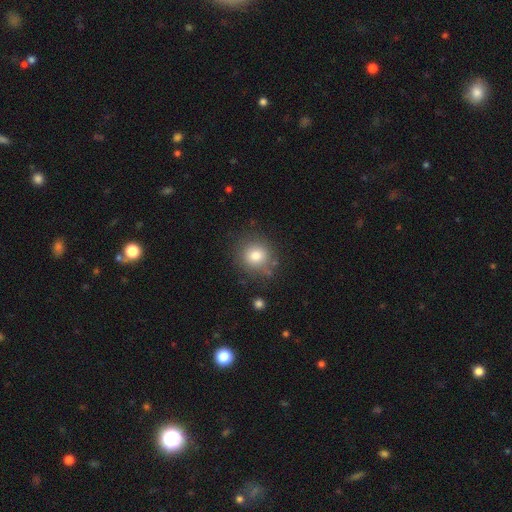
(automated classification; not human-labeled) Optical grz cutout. It shows a smooth galaxy with no disk features (79%) that is round (87%). Merging: none (80%).